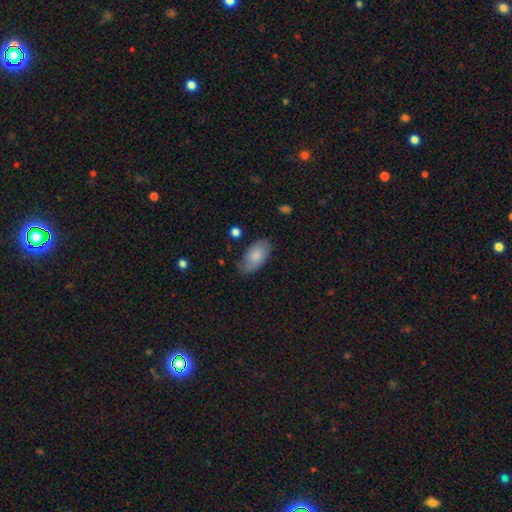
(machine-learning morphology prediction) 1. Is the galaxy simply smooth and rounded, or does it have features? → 77% smooth, 17% featured or disk, 6% star or artifact.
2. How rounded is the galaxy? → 94% in between, 3% round, 2% cigar-shaped.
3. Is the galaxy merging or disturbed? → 67% none, 25% minor disturbance, 6% major disturbance, 2% merger.